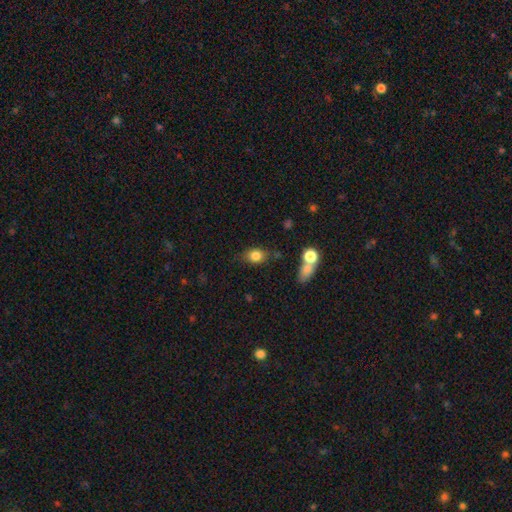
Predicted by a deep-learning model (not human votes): Smooth or featured: smooth — 82% (star or artifact — 10%)
How rounded: in between — 62% (round — 37%)
Merging: none — 72% (minor disturbance — 17%)